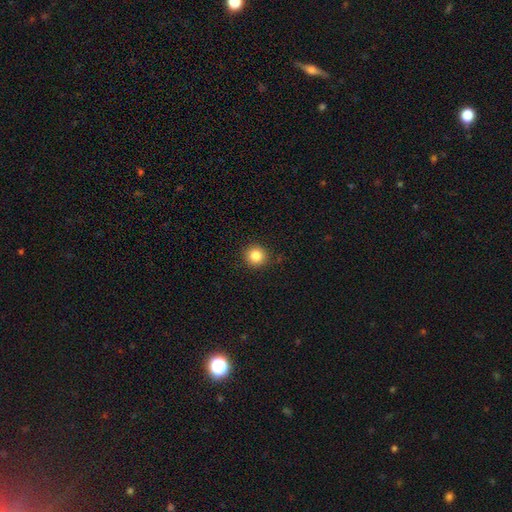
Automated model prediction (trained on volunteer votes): Smooth or featured? smooth (84%)
How rounded? round (94%)
Merging? none (92%)